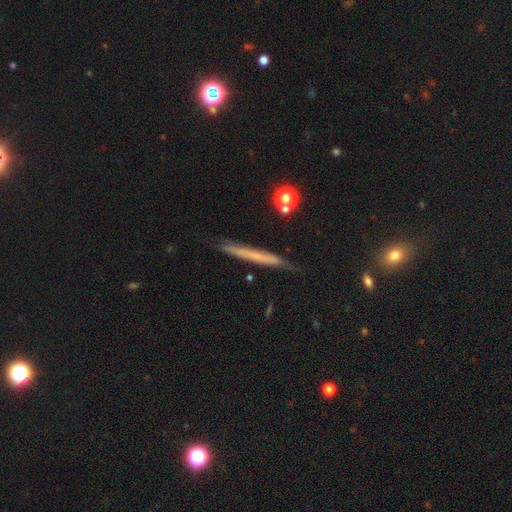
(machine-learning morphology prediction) A smooth galaxy with no disk features (48%). Merging: none (82%).